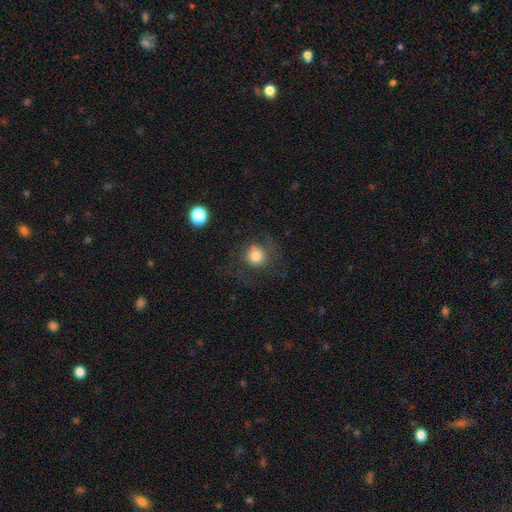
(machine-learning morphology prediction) A smooth galaxy with no disk features (71%) that is round (88%).

Vote fractions:
- Smooth or featured? smooth: 71% / featured or disk: 18% / star or artifact: 11%
- How rounded? round: 88% / in between: 11% / cigar-shaped: 1%
- Merging? none: 62% / major disturbance: 19% / minor disturbance: 17% / merger: 2%